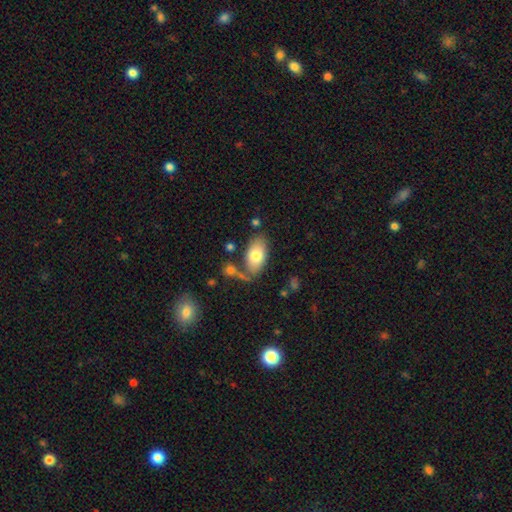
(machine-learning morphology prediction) Overall: smooth (76%). How rounded: in between (93%). Merging: none (69%).